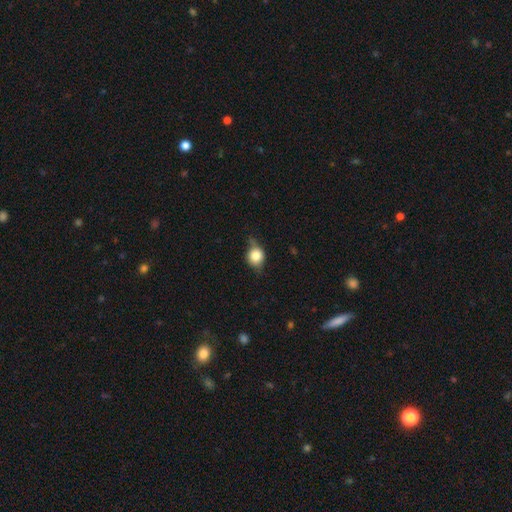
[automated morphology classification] A smooth galaxy with no disk features (75%) that is round (67%). Merging: none (56%).